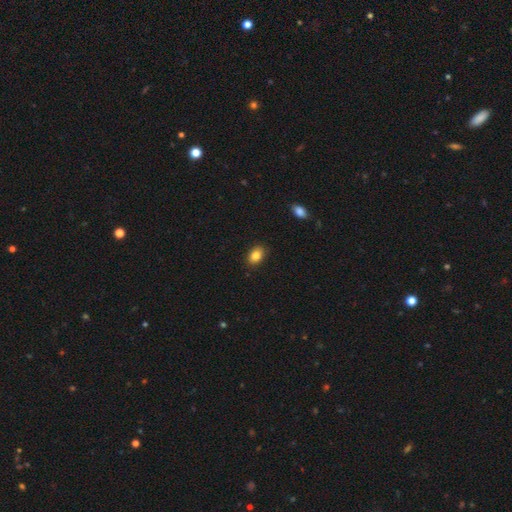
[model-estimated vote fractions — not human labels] Overall: smooth (85%). How rounded: in between (80%). Merging: none (88%).